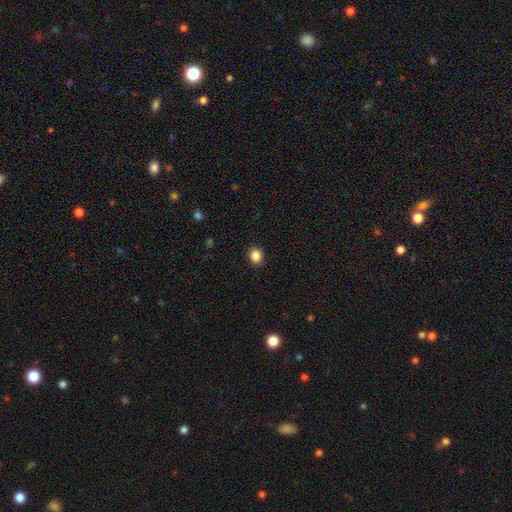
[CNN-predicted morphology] Smooth or featured: smooth — 86% (star or artifact — 10%)
How rounded: round — 62% (in between — 37%)
Merging: none — 91% (minor disturbance — 7%)